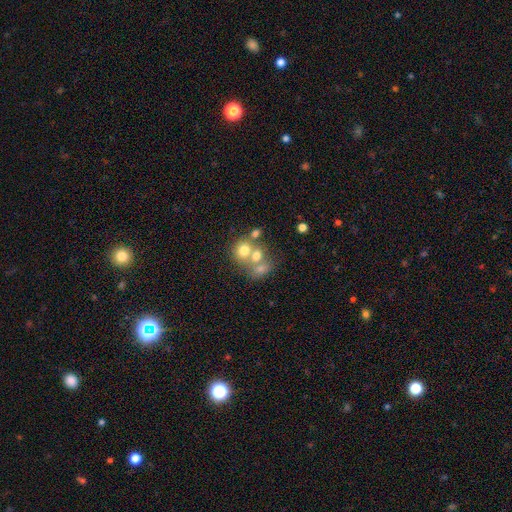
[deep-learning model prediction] A smooth galaxy with no disk features (61%) that is round (72%).

Vote fractions:
- Smooth or featured? smooth: 61% / featured or disk: 25% / star or artifact: 14%
- How rounded? round: 72% / in between: 27% / cigar-shaped: 1%
- Merging? merger: 56% / none: 31% / minor disturbance: 7% / major disturbance: 5%